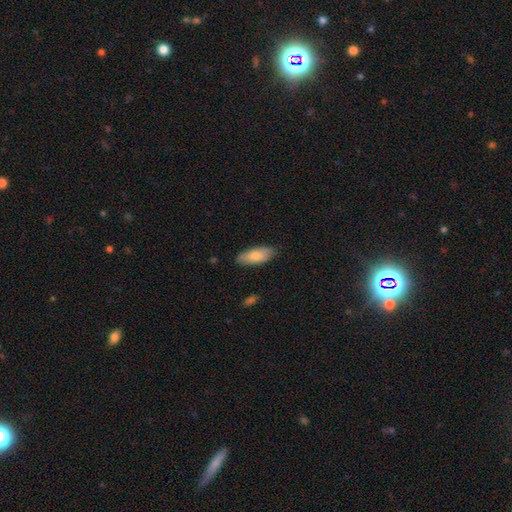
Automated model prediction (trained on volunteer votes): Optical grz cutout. It shows a smooth galaxy with no disk features (79%) that is in between round and cigar-shaped (81%). Merging: none (83%).